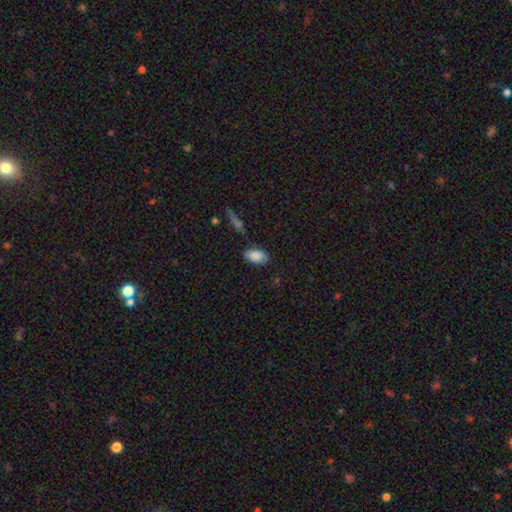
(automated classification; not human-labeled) Smooth or featured? smooth (87%)
How rounded? in between (94%)
Merging? none (77%)